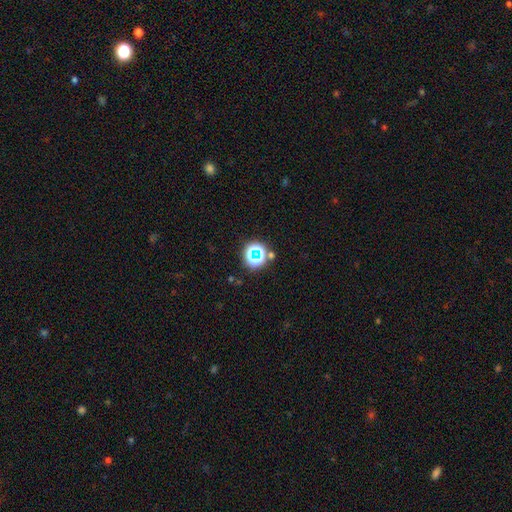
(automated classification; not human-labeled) Q: Smooth or featured?
A: star or artifact (59%); runner-up: smooth (30%)